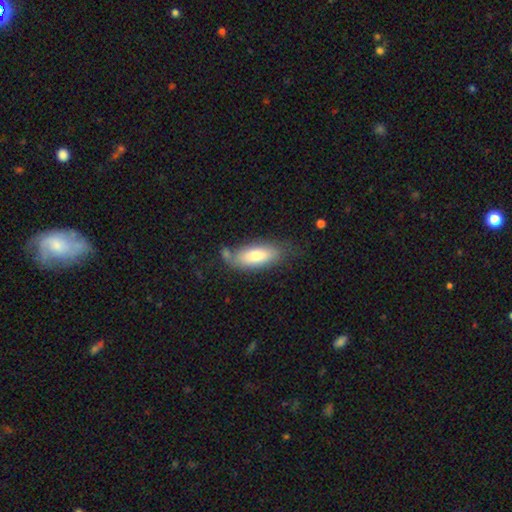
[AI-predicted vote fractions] smooth 78%, featured or disk 16%, star or artifact 6%. Down the decision tree: how rounded — in between (78%); merging — none (60%).